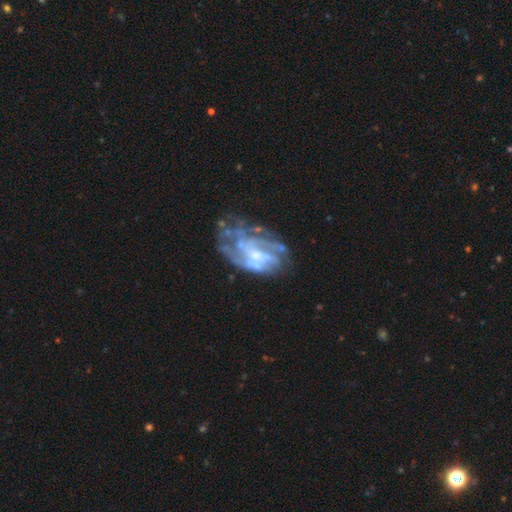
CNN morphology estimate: Smooth or featured?
  - featured or disk: 81% *
  - smooth: 11%
  - star or artifact: 8%
Edge-on disk?
  - no: 97% *
  - yes: 3%
Bar?
  - no: 55% *
  - weak: 35%
  - strong: 10%
Spiral arms?
  - yes: 73% *
  - no: 27%
Spiral winding?
  - tight: 44% *
  - medium: 38%
  - loose: 18%
Spiral arm count?
  - can't tell: 49% *
  - 3: 15%
  - 2: 13%
  - 4: 12%
  - more than 4: 6%
  - 1: 5%
Bulge size?
  - small: 45% *
  - moderate: 29%
  - none: 22%
  - large: 3%
  - dominant: 1%
Merging?
  - none: 47% *
  - major disturbance: 25%
  - minor disturbance: 23%
  - merger: 5%